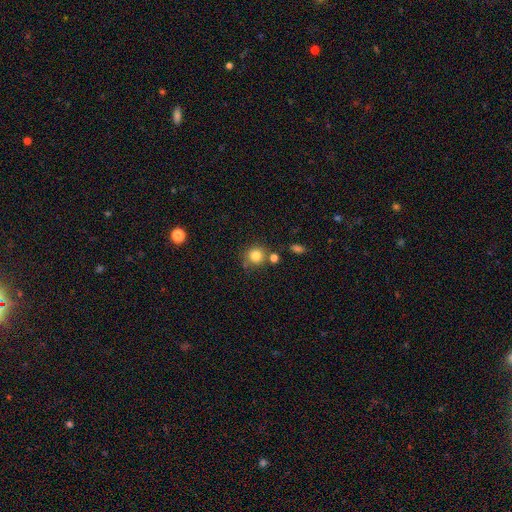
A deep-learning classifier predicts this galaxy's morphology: type=smooth (81%); roundness=round (89%); merging=none (69%).